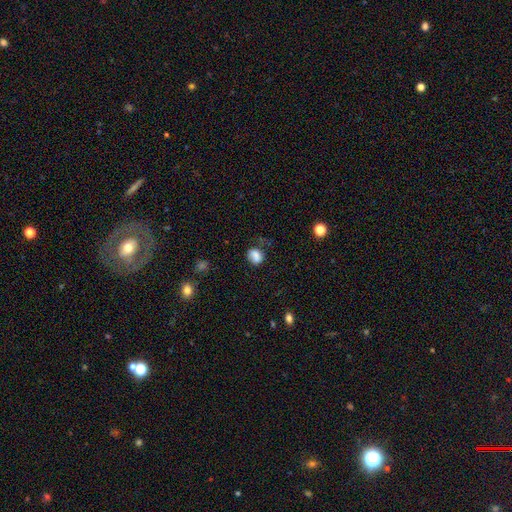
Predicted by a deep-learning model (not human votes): This appears to be a smooth galaxy with no disk features (79%) that is in between round and cigar-shaped (51%). Merging: none (55%).